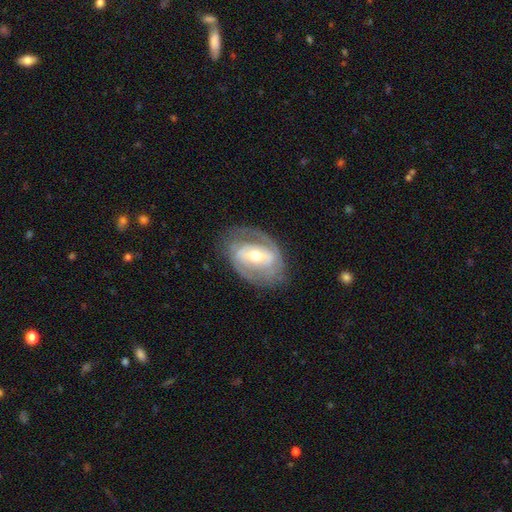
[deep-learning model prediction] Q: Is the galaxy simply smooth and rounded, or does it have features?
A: featured or disk — 81%.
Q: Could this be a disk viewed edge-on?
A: no — 95%.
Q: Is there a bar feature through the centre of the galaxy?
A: strong — 38%.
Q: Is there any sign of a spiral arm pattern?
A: yes — 82%.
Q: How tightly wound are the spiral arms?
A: tight — 46%.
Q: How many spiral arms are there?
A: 2 — 69%.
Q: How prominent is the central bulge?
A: moderate — 66%.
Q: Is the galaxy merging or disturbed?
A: none — 71%.